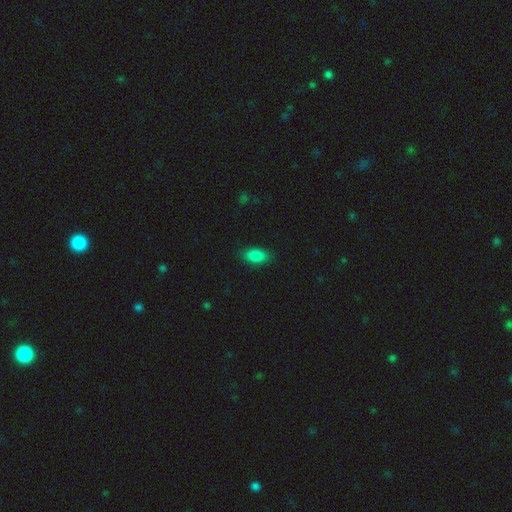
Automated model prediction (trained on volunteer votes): smooth_or_featured: smooth (p=0.87) [alt: star or artifact p=0.08]
how_rounded: in between (p=0.91) [alt: round p=0.05]
merging: none (p=0.86) [alt: minor disturbance p=0.10]